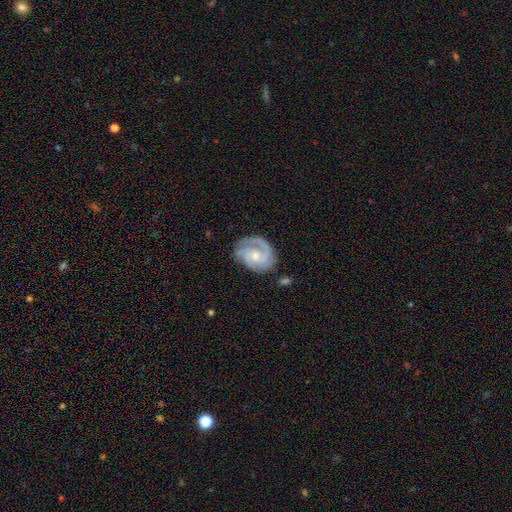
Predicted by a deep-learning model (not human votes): A featured or disk galaxy (86%) with no bar (61%), 2 (52%) tight (48%) spiral arms (97%) and a small central bulge (53%).

Vote fractions:
- Smooth or featured? featured or disk: 86% / smooth: 10% / star or artifact: 5%
- Edge-on disk? no: 98% / yes: 2%
- Bar? no: 61% / weak: 33% / strong: 6%
- Spiral arms? yes: 97% / no: 3%
- Spiral winding? tight: 48% / medium: 42% / loose: 11%
- Spiral arm count? 2: 52% / 3: 21% / 1: 11% / can't tell: 10% / 4: 3% / more than 4: 3%
- Bulge size? small: 53% / moderate: 42% / none: 3% / large: 2% / dominant: 1%
- Merging? none: 68% / minor disturbance: 21% / major disturbance: 9% / merger: 2%